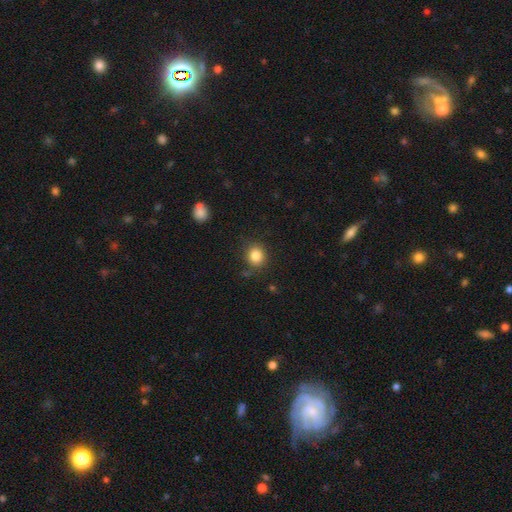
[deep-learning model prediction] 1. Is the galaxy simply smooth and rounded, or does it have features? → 84% smooth, 11% star or artifact, 5% featured or disk.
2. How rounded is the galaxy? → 83% round, 17% in between, 1% cigar-shaped.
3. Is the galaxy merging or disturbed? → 84% none, 10% minor disturbance, 3% major disturbance, 3% merger.